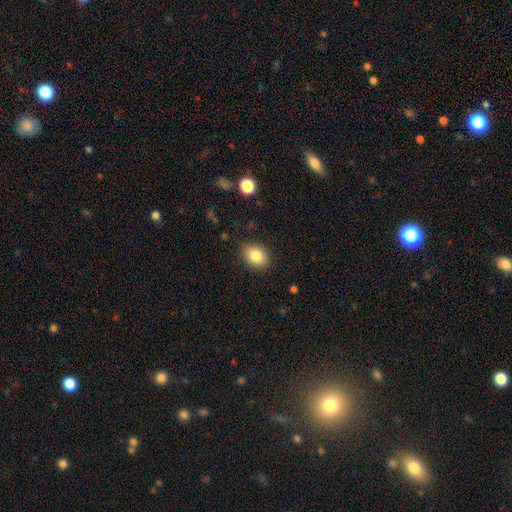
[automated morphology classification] This is clearly a smooth galaxy (84%). How rounded: likely in between (69%). Merging: clearly none (87%).